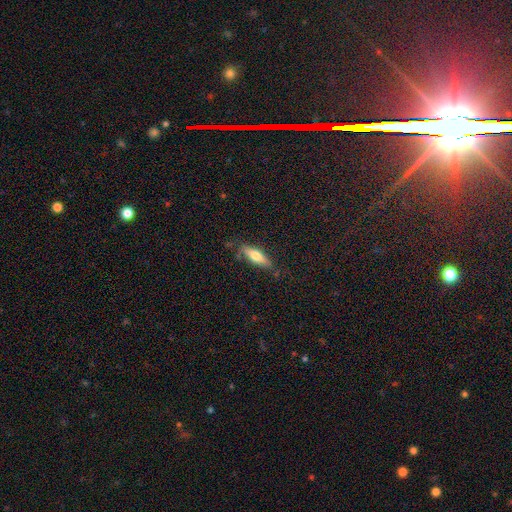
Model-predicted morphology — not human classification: Smooth or featured: smooth — 60% (featured or disk — 34%)
How rounded: cigar-shaped — 58% (in between — 40%)
Merging: none — 78% (minor disturbance — 16%)